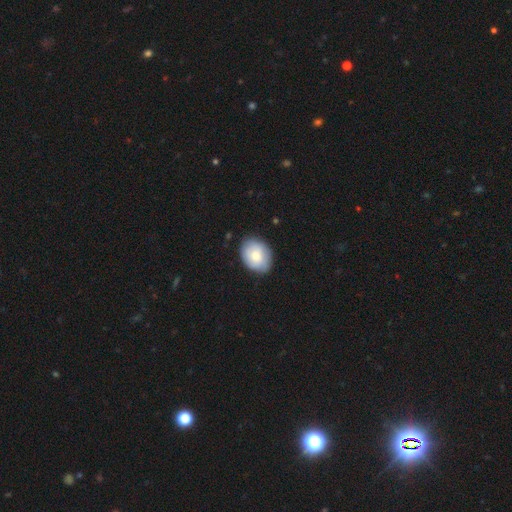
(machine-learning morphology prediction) The model was most divided on "how rounded": in between: 68%, round: 31%, cigar-shaped: 1%. More confident: merging — none (80%); smooth or featured — smooth (74%).